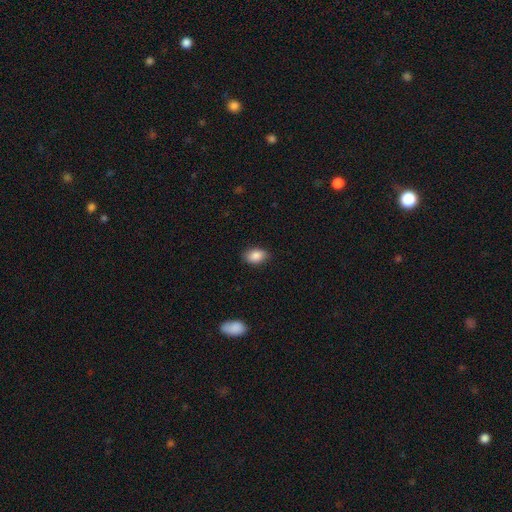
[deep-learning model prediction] The model was most divided on "merging": none: 85%, minor disturbance: 11%, major disturbance: 2%, merger: 1%. More confident: how rounded — in between (88%); smooth or featured — smooth (87%).